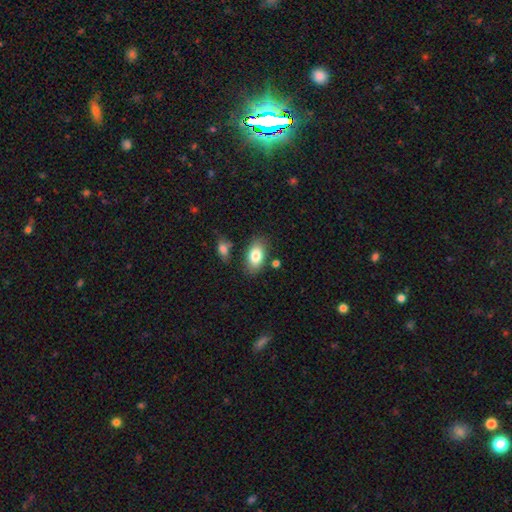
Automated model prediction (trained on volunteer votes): smooth 82%, featured or disk 11%, star or artifact 7%. Down the decision tree: how rounded — in between (91%); merging — none (79%).